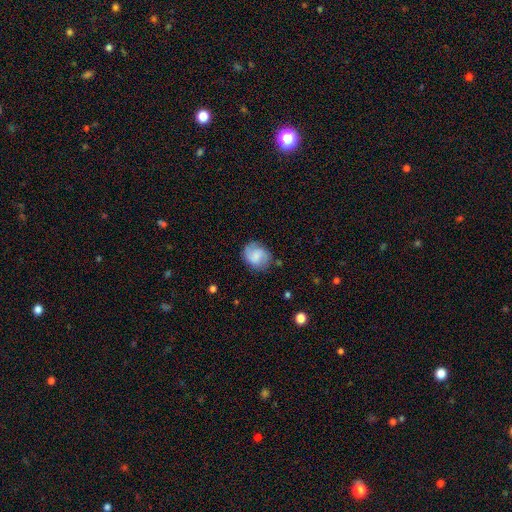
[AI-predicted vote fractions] Smooth or featured?
  - smooth: 54% *
  - featured or disk: 38%
  - star or artifact: 8%
How rounded?
  - round: 62% *
  - in between: 37%
  - cigar-shaped: 1%
Merging?
  - none: 75% *
  - minor disturbance: 18%
  - major disturbance: 6%
  - merger: 2%